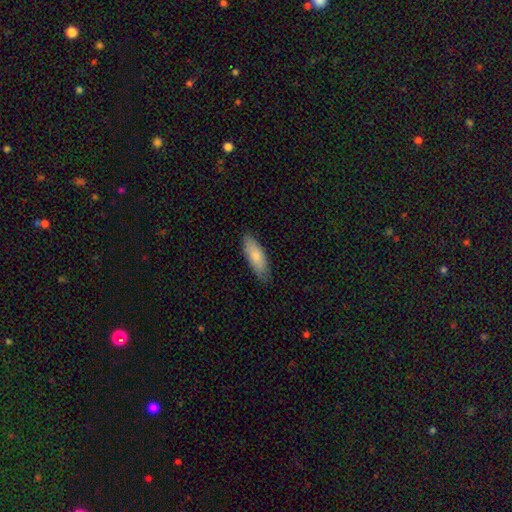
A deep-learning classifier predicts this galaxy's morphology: Overall: smooth (82%). How rounded: in between (61%; cigar-shaped 38%). Merging: none (83%).